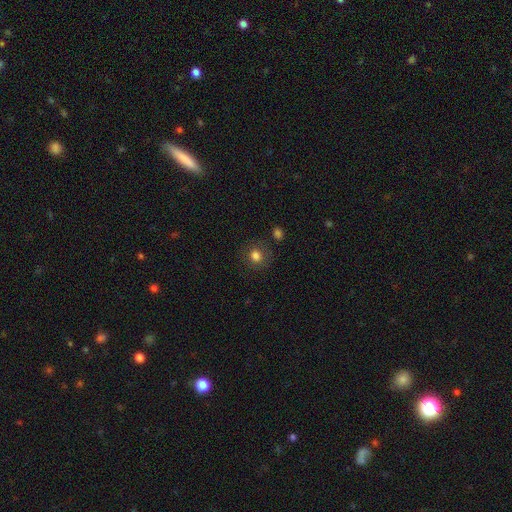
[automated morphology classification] smooth 79%, star or artifact 12%, featured or disk 8%. Down the decision tree: how rounded — round (83%); merging — none (83%).